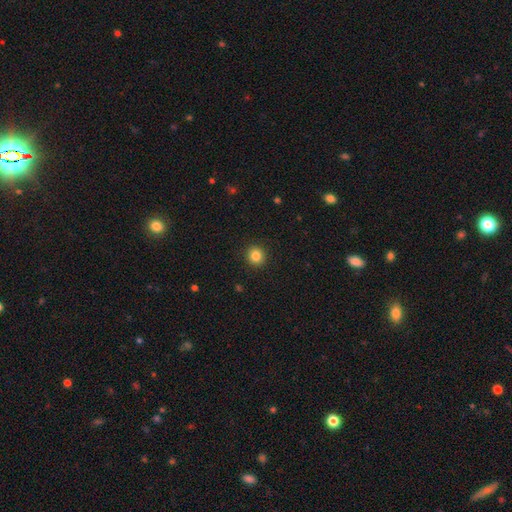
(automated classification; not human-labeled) Smooth or featured: smooth — 84% (star or artifact — 11%)
How rounded: round — 91% (in between — 8%)
Merging: none — 92% (minor disturbance — 5%)